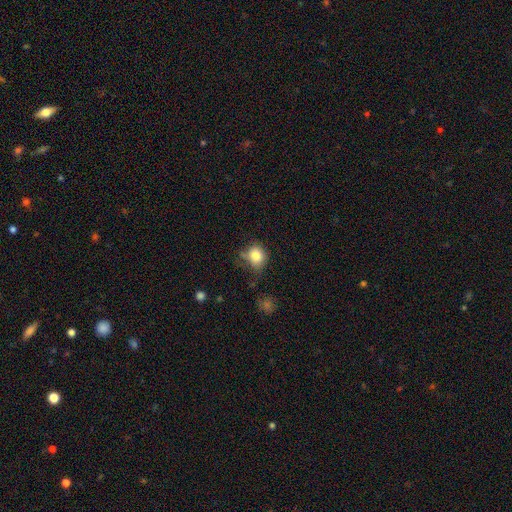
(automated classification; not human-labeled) Morphology: type=smooth (82%); roundness=round (70%); merging=none (56%).